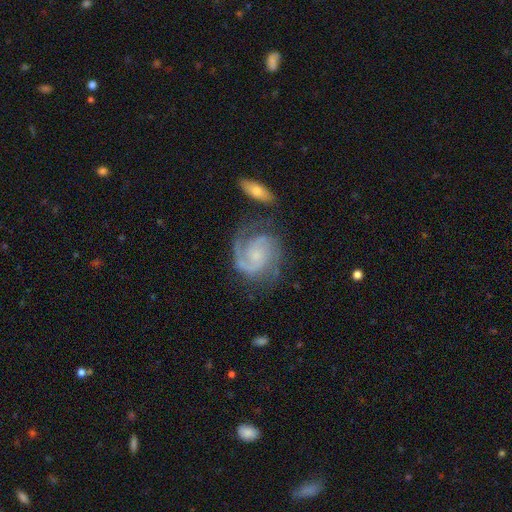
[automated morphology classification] Smooth or featured? Predicted: featured or disk (p=0.87). Edge-on disk? Predicted: no (p=0.98). Bar? Predicted: no (p=0.67). Spiral arms? Predicted: yes (p=0.97). Spiral winding? Predicted: medium (p=0.45). Spiral arm count? Predicted: 2 (p=0.65). Bulge size? Predicted: small (p=0.67). Merging? Predicted: none (p=0.64).